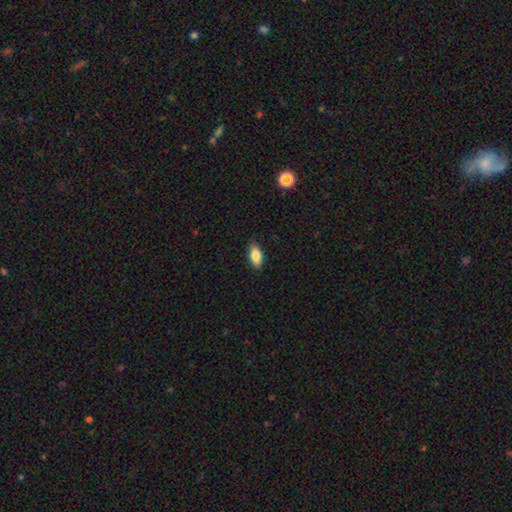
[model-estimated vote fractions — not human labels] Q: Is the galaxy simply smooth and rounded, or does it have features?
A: smooth — 83%.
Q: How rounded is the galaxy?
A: in between — 87%.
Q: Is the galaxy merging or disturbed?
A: none — 88%.